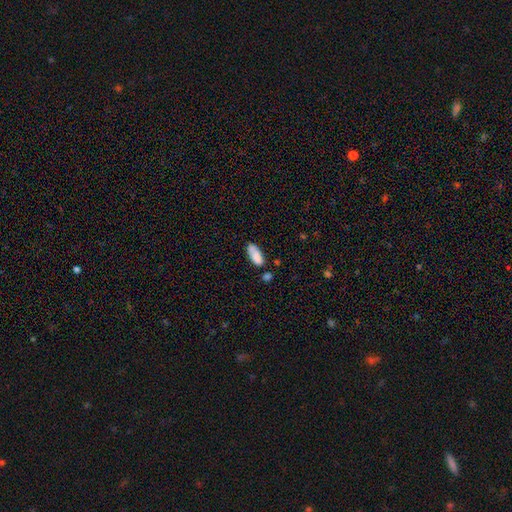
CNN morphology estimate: Smooth or featured? smooth (83%)
How rounded? in between (82%)
Merging? none (60%)